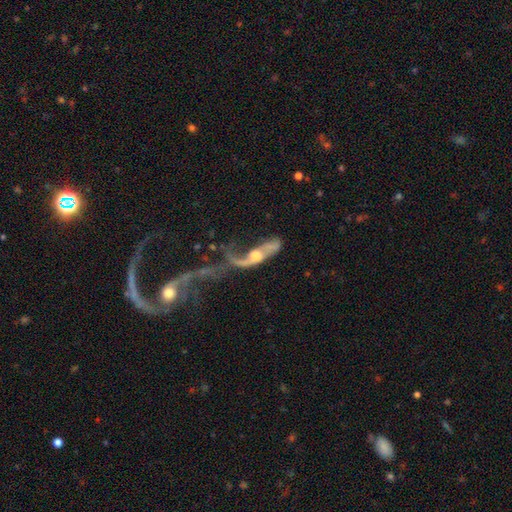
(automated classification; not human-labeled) Smooth or featured: featured or disk — 73% (smooth — 17%)
Edge-on disk: no — 79% (yes — 21%)
Bar: no — 64% (weak — 25%)
Spiral arms: yes — 71% (no — 29%)
Bulge size: moderate — 53% (small — 24%)
Merging: merger — 48% (major disturbance — 30%)